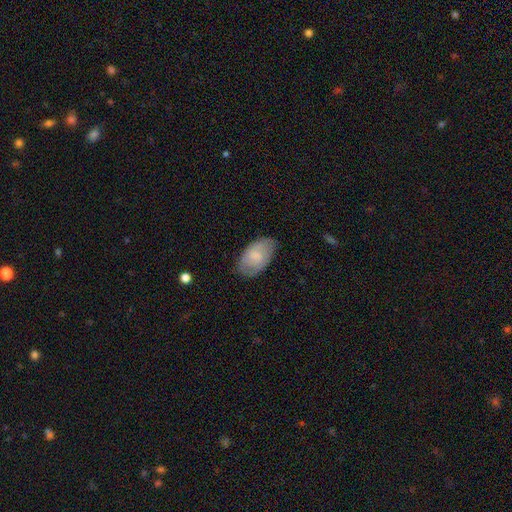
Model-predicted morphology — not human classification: Smooth or featured? Predicted: smooth (p=0.68). How rounded? Predicted: in between (p=0.94). Merging? Predicted: none (p=0.74).